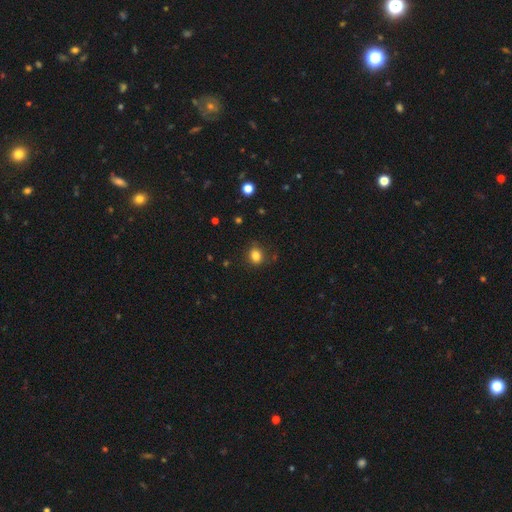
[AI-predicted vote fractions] Smooth or featured: smooth — 83% (star or artifact — 12%)
How rounded: round — 64% (in between — 35%)
Merging: none — 82% (minor disturbance — 13%)